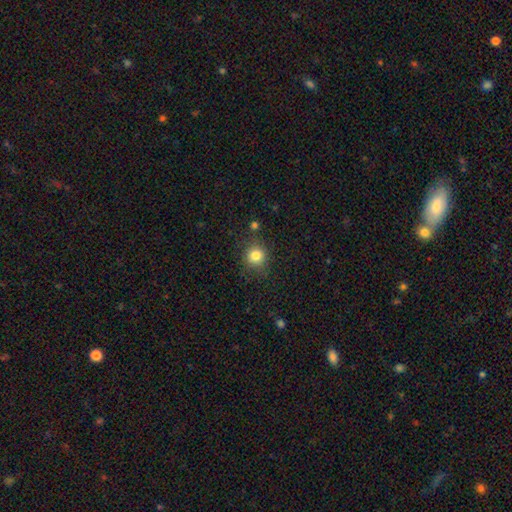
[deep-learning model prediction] The model was most divided on "smooth or featured": smooth: 82%, star or artifact: 12%, featured or disk: 6%. More confident: how rounded — round (89%); merging — none (84%).